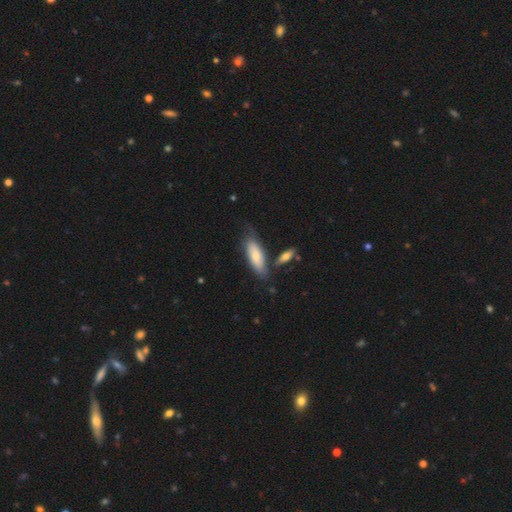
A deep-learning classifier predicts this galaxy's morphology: This appears to be a smooth galaxy with no disk features (70%) that is in between round and cigar-shaped (67%). Merging: none (58%).